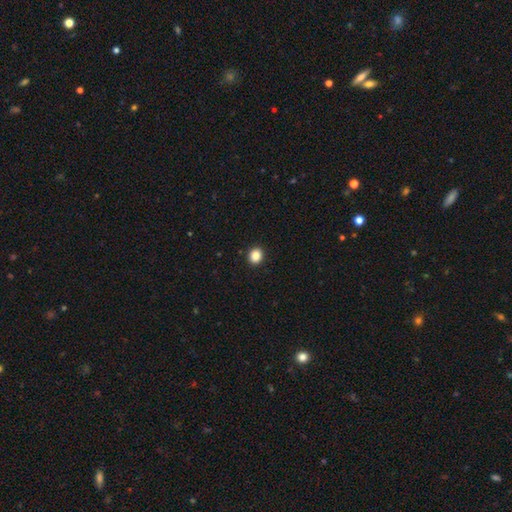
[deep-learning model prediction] This appears to be a smooth galaxy with no disk features (87%) that is round (67%). Merging: none (92%).